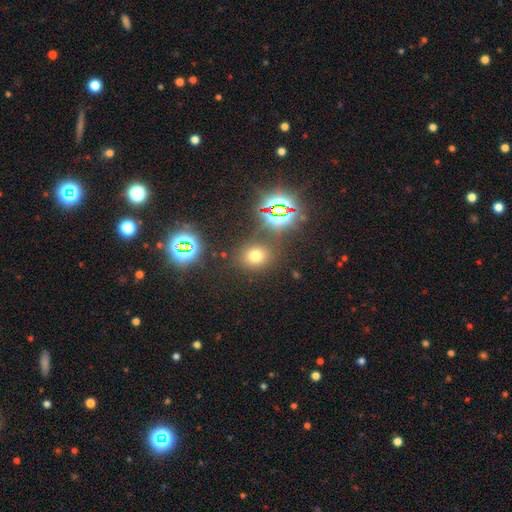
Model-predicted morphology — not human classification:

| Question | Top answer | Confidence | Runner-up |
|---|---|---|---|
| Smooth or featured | smooth | 61% | star or artifact (30%) |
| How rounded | round | 74% | in between (25%) |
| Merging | none | 79% | minor disturbance (10%) |